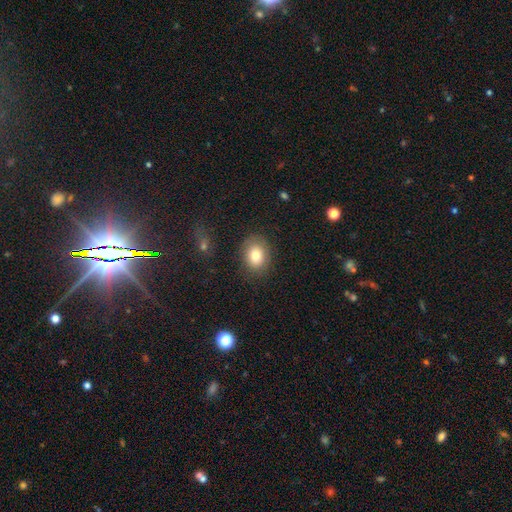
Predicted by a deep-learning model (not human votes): smooth 80%, featured or disk 11%, star or artifact 9%. Down the decision tree: how rounded — in between (57%); merging — none (83%).